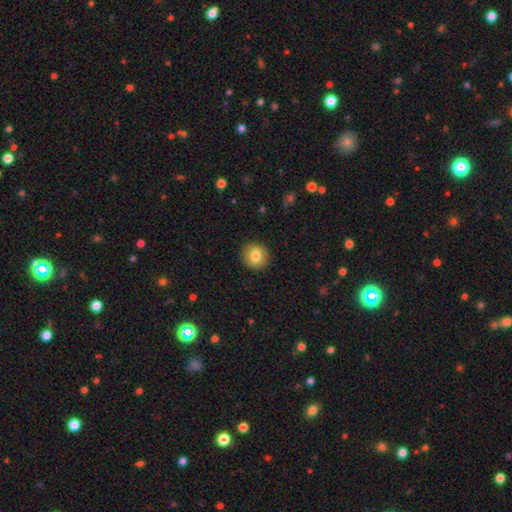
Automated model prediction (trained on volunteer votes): smooth-or-featured: smooth: 80% | featured or disk: 11% | star or artifact: 9%
  how-rounded: round: 87% | in between: 12% | cigar-shaped: 1%
  merging: none: 91% | minor disturbance: 6% | major disturbance: 2% | merger: 1%